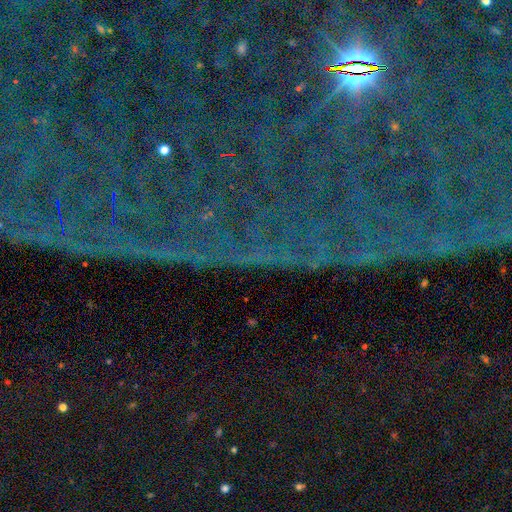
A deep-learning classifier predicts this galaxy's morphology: A star or artifact, not a galaxy (89%).